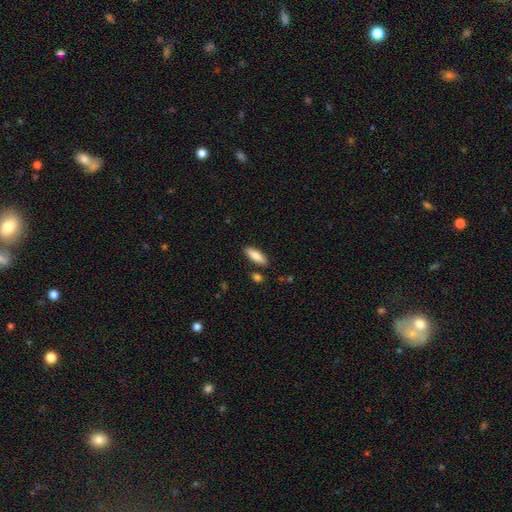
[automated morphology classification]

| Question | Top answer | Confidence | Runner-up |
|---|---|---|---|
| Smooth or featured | smooth | 81% | featured or disk (13%) |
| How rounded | in between | 60% | cigar-shaped (38%) |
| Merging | none | 85% | minor disturbance (9%) |